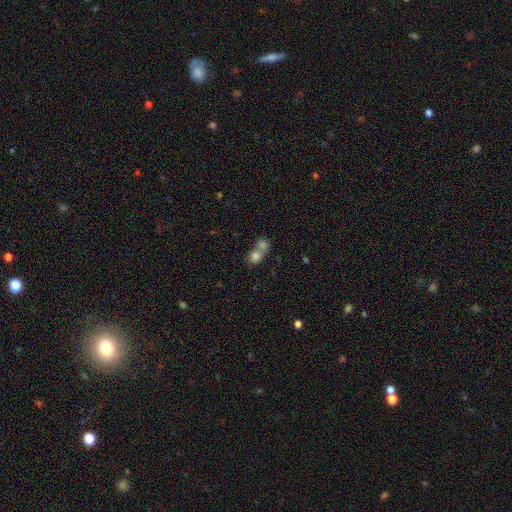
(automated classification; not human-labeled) A smooth galaxy with no disk features (76%) that is round (63%).

Vote fractions:
- Smooth or featured? smooth: 76% / featured or disk: 13% / star or artifact: 10%
- How rounded? round: 63% / in between: 35% / cigar-shaped: 2%
- Merging? merger: 70% / none: 22% / minor disturbance: 5% / major disturbance: 3%